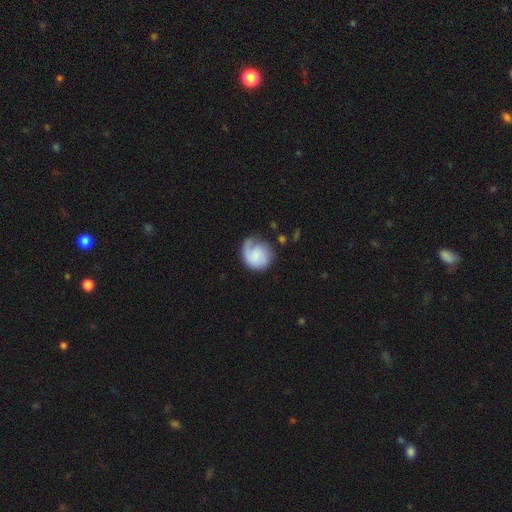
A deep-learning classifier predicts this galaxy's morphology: Smooth or featured? smooth (58%)
How rounded? round (78%)
Merging? none (46%)